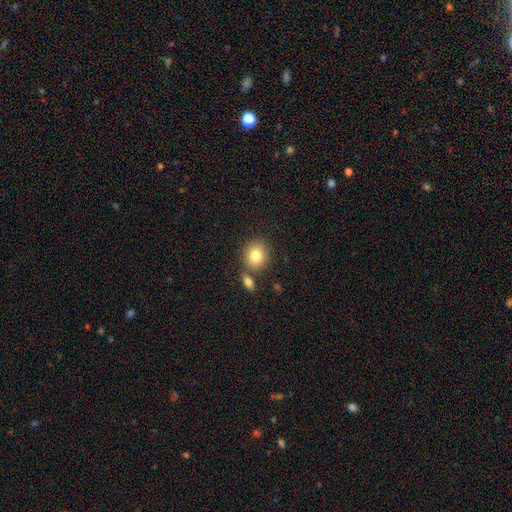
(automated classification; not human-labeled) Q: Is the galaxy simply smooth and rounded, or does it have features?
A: smooth — 81%.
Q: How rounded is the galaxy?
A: round — 74%.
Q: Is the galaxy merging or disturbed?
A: none — 71%.